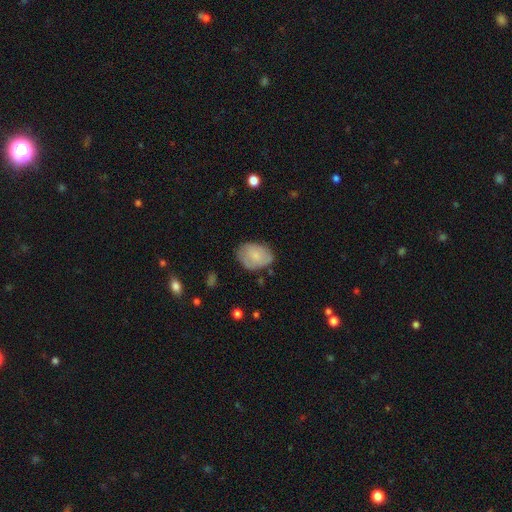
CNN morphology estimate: Smooth or featured? smooth (67%)
How rounded? in between (74%)
Merging? none (63%)